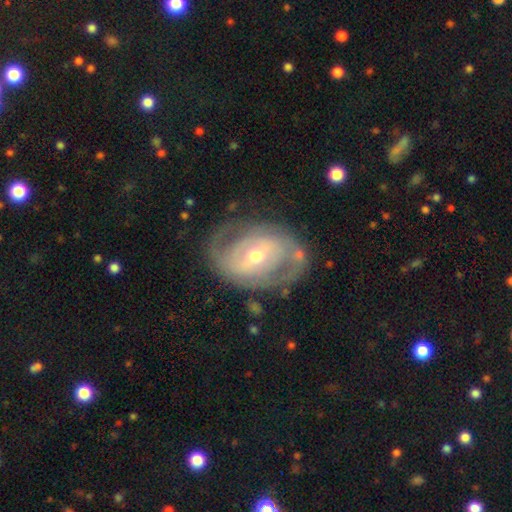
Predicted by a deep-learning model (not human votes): smooth_or_featured: featured or disk (p=0.83) [alt: smooth p=0.12]
disk_edge_on: no (p=0.96) [alt: yes p=0.04]
bar: weak (p=0.44) [alt: no p=0.29]
has_spiral_arms: yes (p=0.85) [alt: no p=0.15]
spiral_winding: tight (p=0.46) [alt: medium p=0.39]
spiral_arm_count: 2 (p=0.68) [alt: can't tell p=0.18]
bulge_size: moderate (p=0.58) [alt: small p=0.38]
merging: none (p=0.70) [alt: minor disturbance p=0.18]